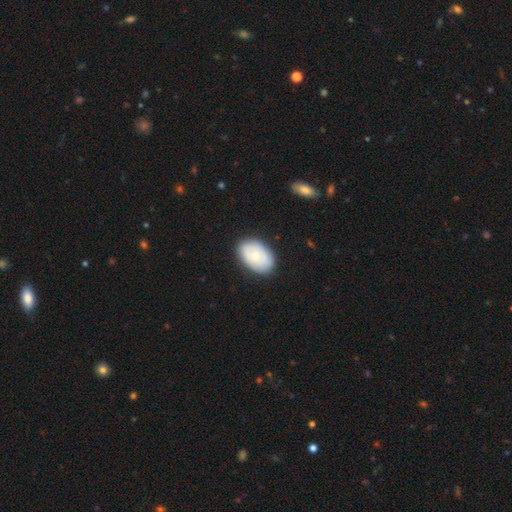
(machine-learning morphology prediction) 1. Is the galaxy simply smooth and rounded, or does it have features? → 56% smooth, 38% featured or disk, 6% star or artifact.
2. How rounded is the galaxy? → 86% in between, 13% round, 1% cigar-shaped.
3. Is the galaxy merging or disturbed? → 83% none, 13% minor disturbance, 3% major disturbance, 1% merger.